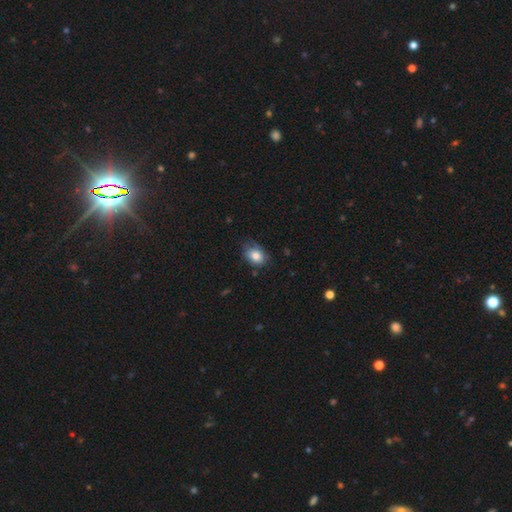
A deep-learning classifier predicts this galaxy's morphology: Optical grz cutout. It shows a smooth galaxy with no disk features (80%) that is in between round and cigar-shaped (76%). Merging: none (62%).